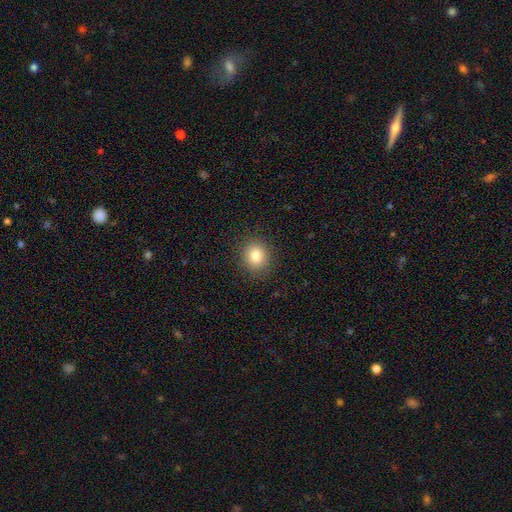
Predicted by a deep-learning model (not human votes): The model was most divided on "how rounded": round: 74%, in between: 25%, cigar-shaped: 1%. More confident: merging — none (89%); smooth or featured — smooth (81%).